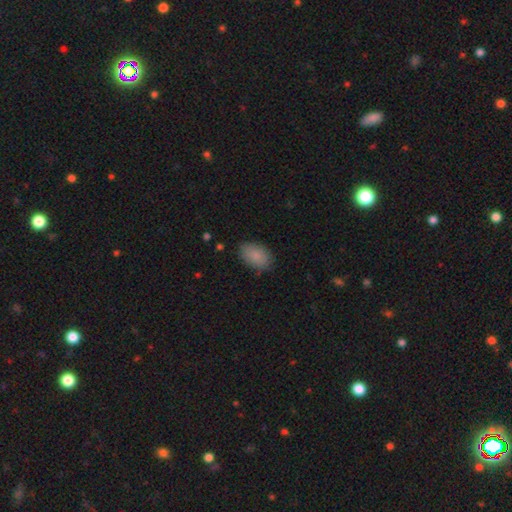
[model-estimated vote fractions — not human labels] Smooth or featured? smooth (87%)
How rounded? in between (91%)
Merging? none (84%)